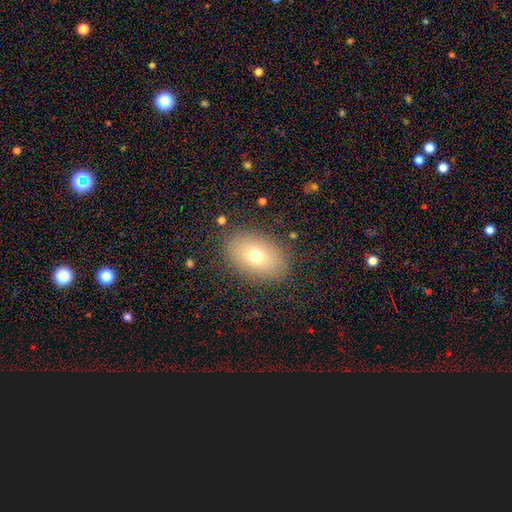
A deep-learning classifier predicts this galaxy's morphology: type=smooth (71%); roundness=in between (80%); merging=none (85%).